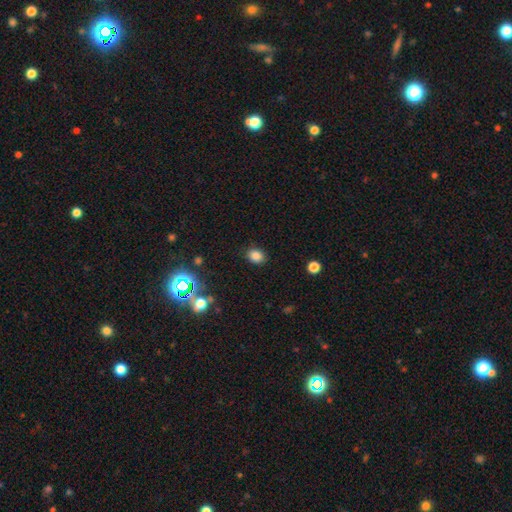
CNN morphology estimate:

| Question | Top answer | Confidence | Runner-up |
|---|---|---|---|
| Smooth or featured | smooth | 82% | star or artifact (13%) |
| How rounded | in between | 52% | round (47%) |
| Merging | none | 86% | minor disturbance (10%) |